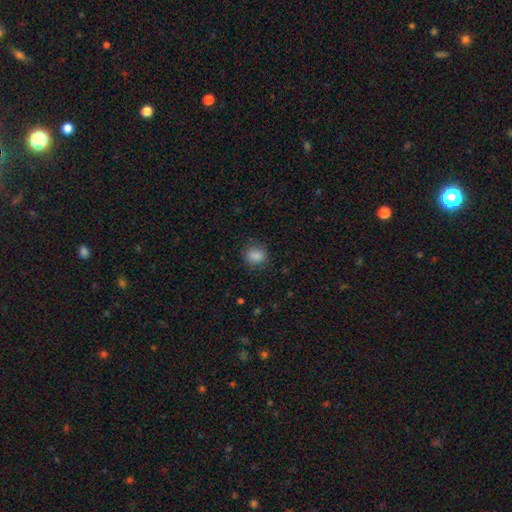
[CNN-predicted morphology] Smooth or featured? Predicted: smooth (p=0.86). How rounded? Predicted: round (p=0.57). Merging? Predicted: none (p=0.82).